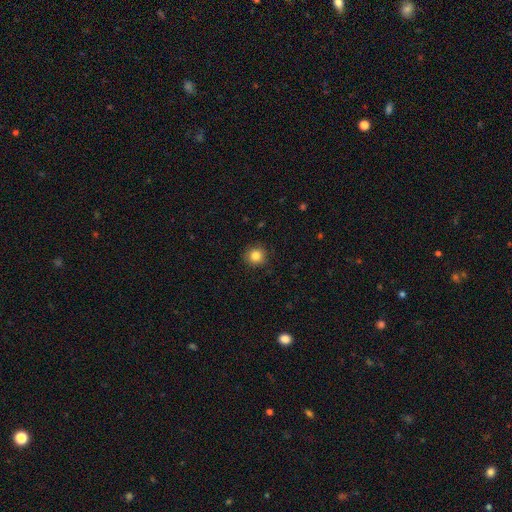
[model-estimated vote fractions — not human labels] Morphology: type=smooth (84%); roundness=round (92%); merging=none (90%).